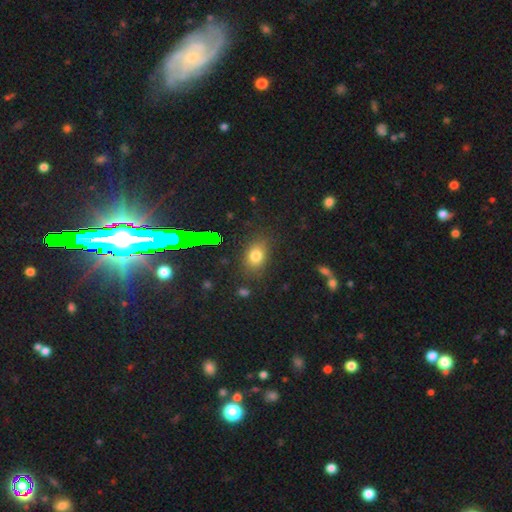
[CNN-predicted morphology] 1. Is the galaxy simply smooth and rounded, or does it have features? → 75% smooth, 16% star or artifact, 9% featured or disk.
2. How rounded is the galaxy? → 67% in between, 31% round, 2% cigar-shaped.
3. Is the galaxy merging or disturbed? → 80% none, 13% minor disturbance, 5% major disturbance, 2% merger.